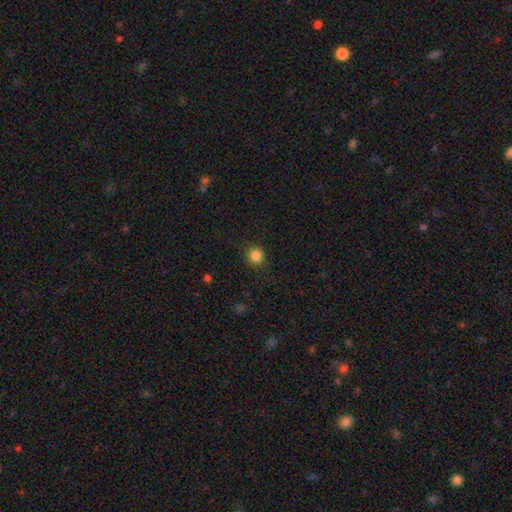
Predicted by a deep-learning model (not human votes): Smooth or featured?
  - smooth: 85% *
  - star or artifact: 12%
  - featured or disk: 4%
How rounded?
  - round: 91% *
  - in between: 9%
  - cigar-shaped: 1%
Merging?
  - none: 88% *
  - minor disturbance: 9%
  - major disturbance: 3%
  - merger: 1%